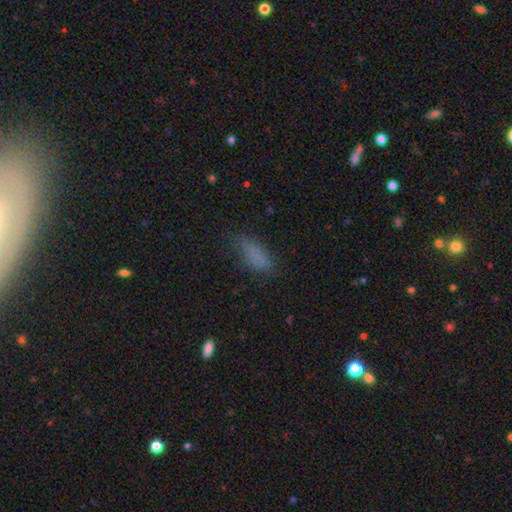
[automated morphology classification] This appears to be a smooth galaxy with no disk features (80%) that is in between round and cigar-shaped (70%). Merging: none (63%).